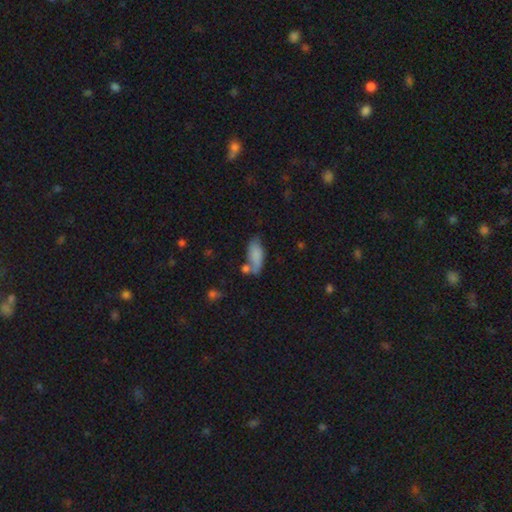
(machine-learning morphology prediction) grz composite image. It shows a smooth galaxy with no disk features (77%) that is in between round and cigar-shaped (84%). Merging: none (47%).